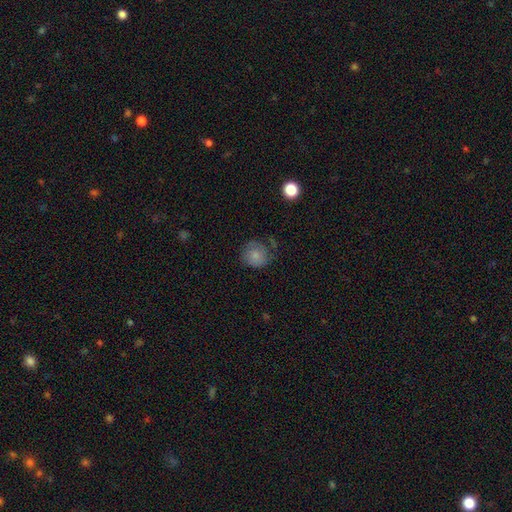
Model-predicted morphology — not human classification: Smooth or featured? smooth (71%)
How rounded? round (85%)
Merging? none (56%)